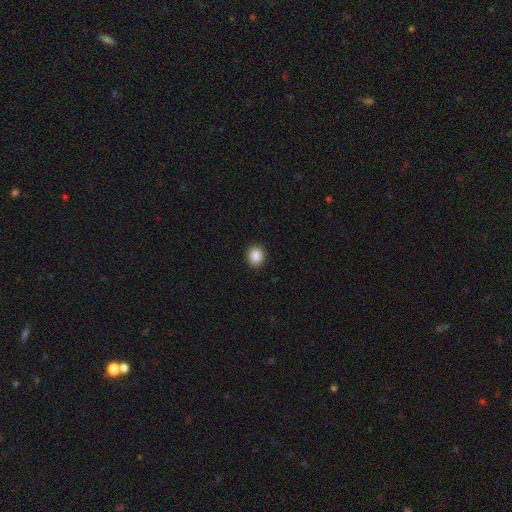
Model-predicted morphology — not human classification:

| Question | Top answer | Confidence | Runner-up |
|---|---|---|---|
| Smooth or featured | smooth | 88% | star or artifact (9%) |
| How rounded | round | 73% | in between (26%) |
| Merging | none | 91% | minor disturbance (6%) |